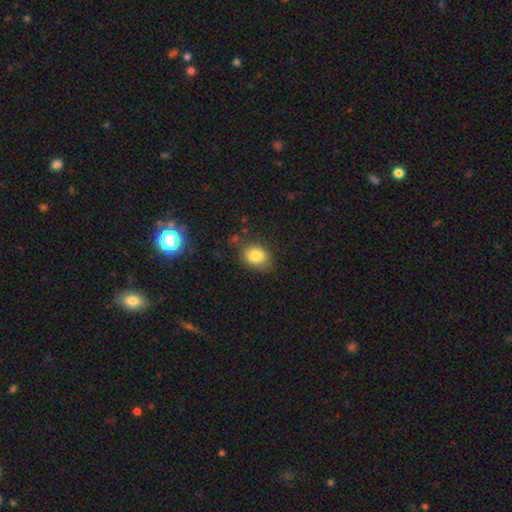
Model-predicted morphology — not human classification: Smooth or featured: smooth — 83% (star or artifact — 10%)
How rounded: in between — 59% (round — 40%)
Merging: none — 74% (minor disturbance — 18%)